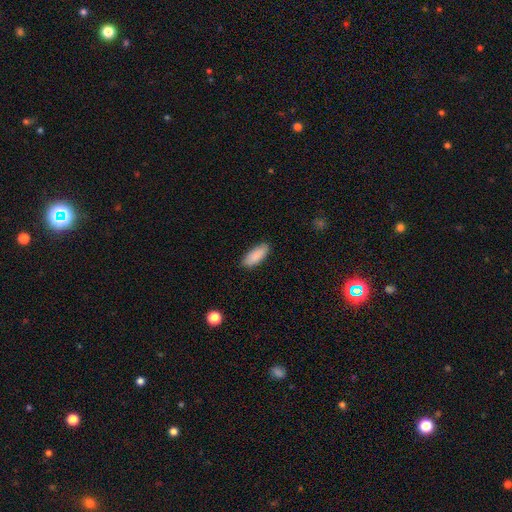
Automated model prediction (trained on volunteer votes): smooth_or_featured: smooth (p=0.89) [alt: star or artifact p=0.06]
how_rounded: in between (p=0.75) [alt: cigar-shaped p=0.23]
merging: none (p=0.87) [alt: minor disturbance p=0.10]